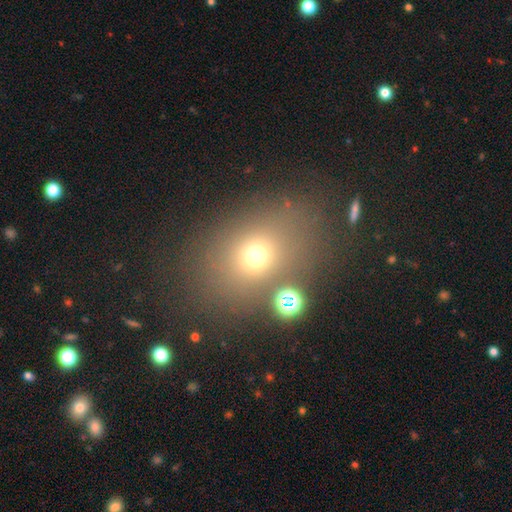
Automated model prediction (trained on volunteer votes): smooth 66%, star or artifact 20%, featured or disk 14%. Down the decision tree: how rounded — in between (57%); merging — none (74%).